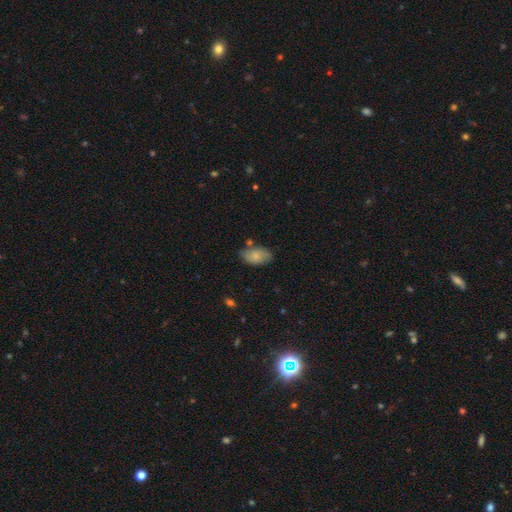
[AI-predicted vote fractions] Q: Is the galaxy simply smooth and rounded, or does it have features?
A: smooth — 77%.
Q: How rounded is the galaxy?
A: in between — 93%.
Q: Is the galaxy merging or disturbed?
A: none — 71%.